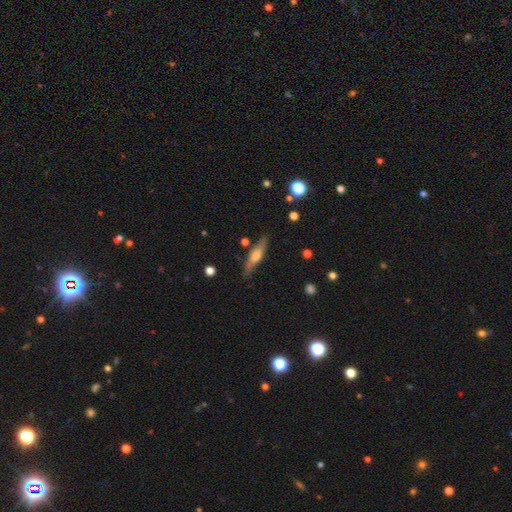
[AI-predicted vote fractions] This is possibly a featured or disk galaxy (55%). It is clearly viewed edge-on (91%). Edge-on bulge: likely rounded (78%). Merging: clearly none (81%).